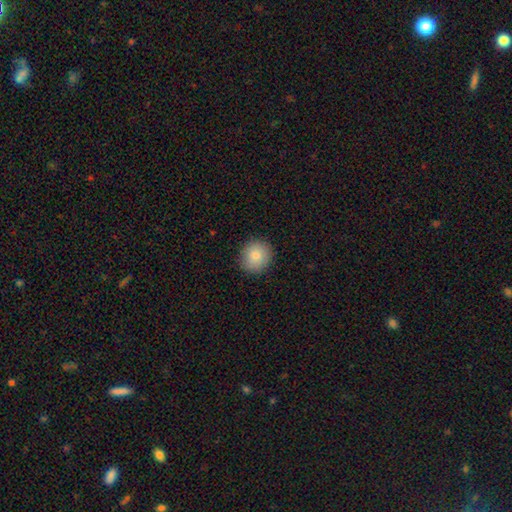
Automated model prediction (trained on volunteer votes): A smooth galaxy with no disk features (84%) that is round (86%).

Vote fractions:
- Smooth or featured? smooth: 84% / star or artifact: 8% / featured or disk: 8%
- How rounded? round: 86% / in between: 13% / cigar-shaped: 1%
- Merging? none: 90% / minor disturbance: 7% / major disturbance: 2% / merger: 1%